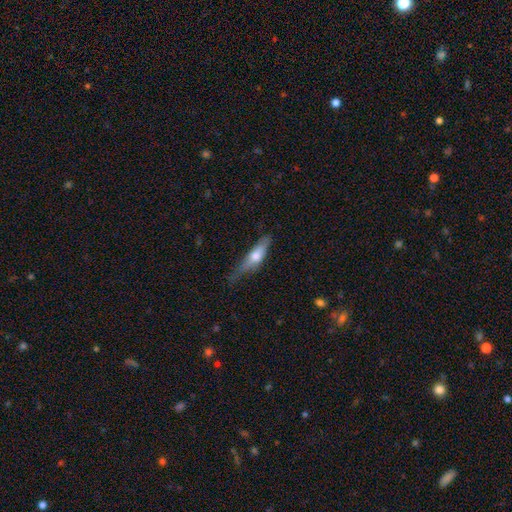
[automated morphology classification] This appears to be a smooth galaxy with no disk features (56%) that is cigar-shaped (64%). Merging: none (53%).